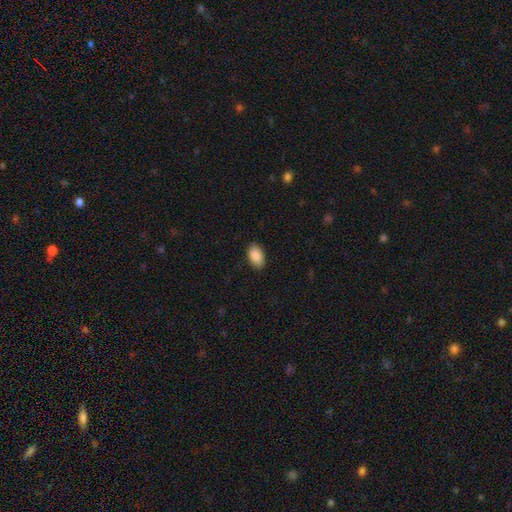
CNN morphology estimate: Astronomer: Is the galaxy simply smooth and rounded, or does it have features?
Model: smooth — 90%.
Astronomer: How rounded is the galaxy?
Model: in between — 92%.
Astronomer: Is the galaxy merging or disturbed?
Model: none — 88%.